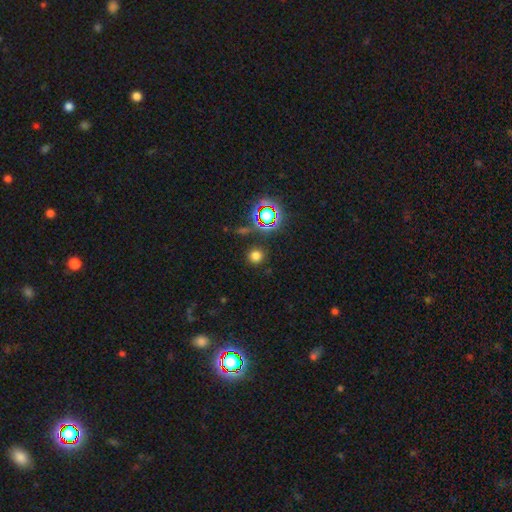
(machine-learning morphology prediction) The model was most divided on "smooth or featured": smooth: 68%, star or artifact: 25%, featured or disk: 7%. More confident: how rounded — round (93%); merging — none (87%).